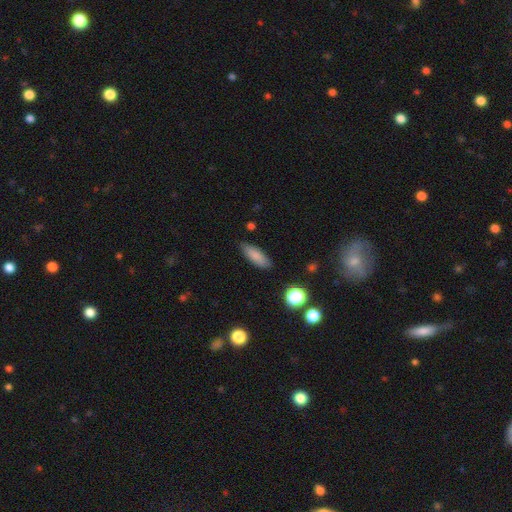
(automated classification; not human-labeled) Smooth or featured: smooth — 84% (featured or disk — 8%)
How rounded: in between — 64% (cigar-shaped — 33%)
Merging: none — 84% (minor disturbance — 12%)